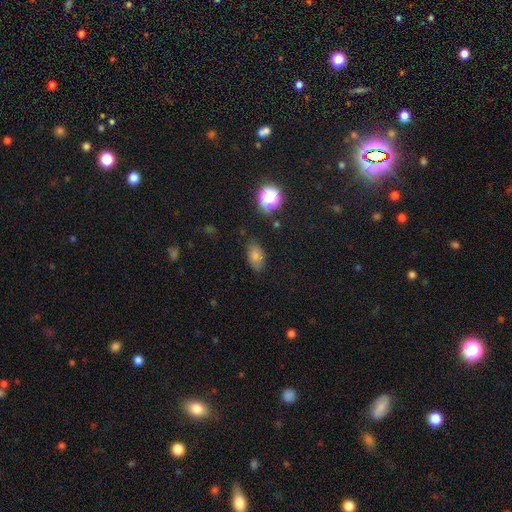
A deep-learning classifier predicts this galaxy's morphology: The model was most divided on "merging": none: 78%, minor disturbance: 16%, major disturbance: 4%, merger: 2%. More confident: how rounded — in between (88%); smooth or featured — smooth (78%).